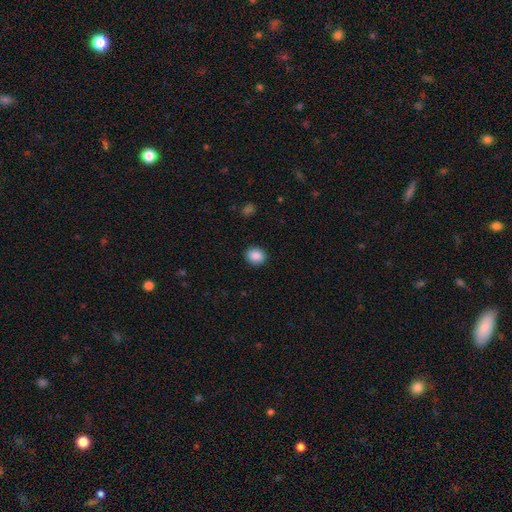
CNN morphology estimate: This appears to be a smooth galaxy with no disk features (89%) that is round (67%). Merging: none (90%).